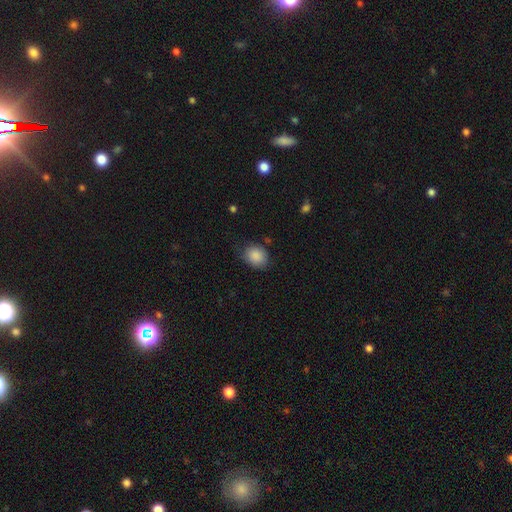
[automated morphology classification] Q: Smooth or featured?
A: smooth (88%); runner-up: star or artifact (8%)
Q: How rounded?
A: in between (51%); runner-up: round (48%)
Q: Merging?
A: none (73%); runner-up: minor disturbance (20%)